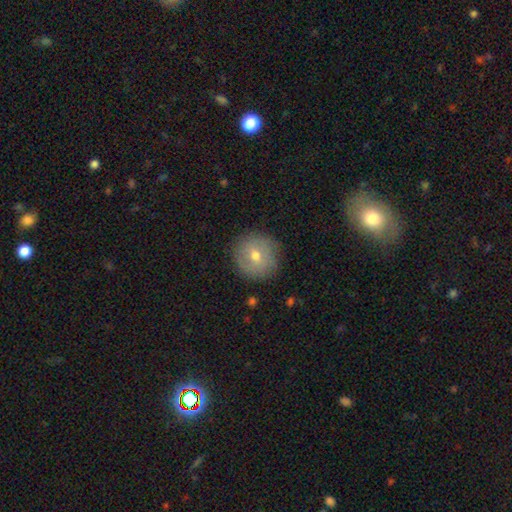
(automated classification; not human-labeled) Smooth or featured? Predicted: smooth (p=0.59). How rounded? Predicted: round (p=0.93). Merging? Predicted: none (p=0.85).